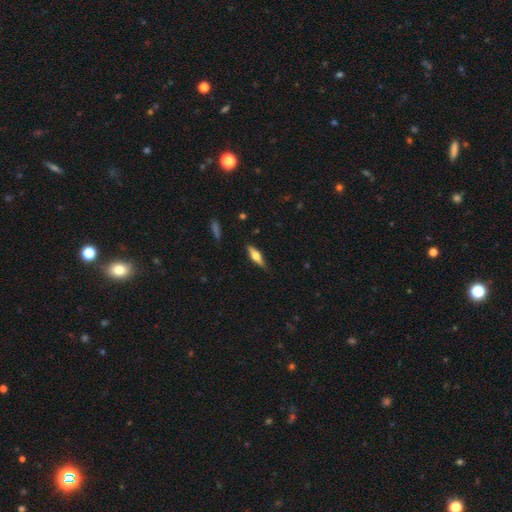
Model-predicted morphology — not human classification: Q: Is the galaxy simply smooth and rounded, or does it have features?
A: featured or disk — 52%.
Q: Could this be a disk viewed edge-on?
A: yes — 93%.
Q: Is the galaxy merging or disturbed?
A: none — 85%.